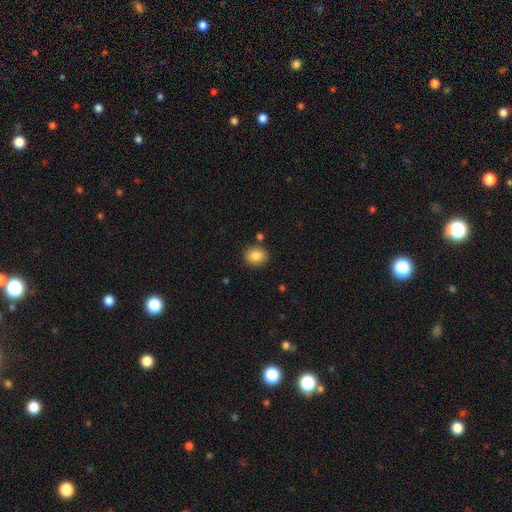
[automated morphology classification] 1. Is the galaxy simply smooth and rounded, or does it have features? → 86% smooth, 9% star or artifact, 5% featured or disk.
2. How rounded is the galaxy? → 59% round, 40% in between, 1% cigar-shaped.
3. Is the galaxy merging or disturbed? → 84% none, 10% minor disturbance, 4% merger, 3% major disturbance.